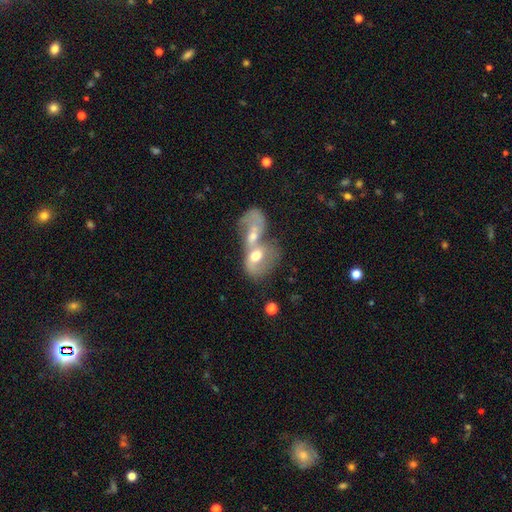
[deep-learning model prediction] This is possibly a smooth galaxy (51%). How rounded: likely in between (67%). Merging: clearly merger (80%).